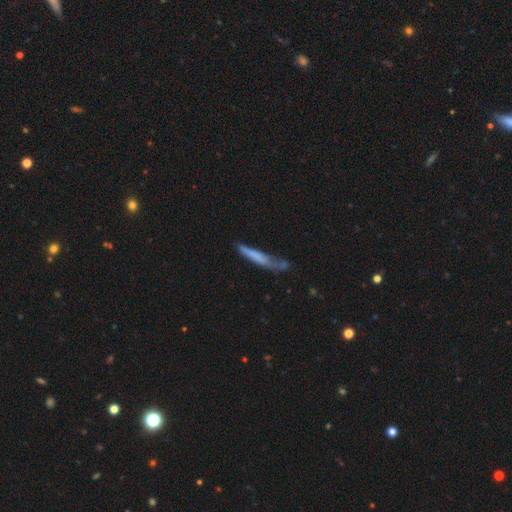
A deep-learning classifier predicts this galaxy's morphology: This is likely a smooth galaxy (64%). How rounded: clearly cigar-shaped (92%). Merging: possibly none (46%).